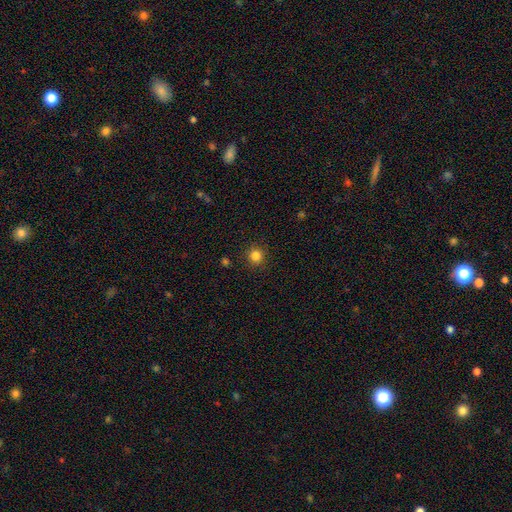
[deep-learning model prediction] Smooth or featured? Predicted: smooth (p=0.83). How rounded? Predicted: round (p=0.92). Merging? Predicted: none (p=0.90).